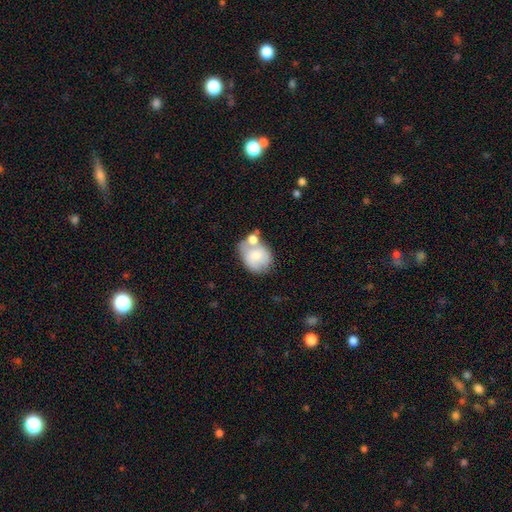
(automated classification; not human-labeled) smooth-or-featured: smooth: 70% | featured or disk: 23% | star or artifact: 7%
  how-rounded: round: 59% | in between: 40% | cigar-shaped: 1%
  merging: merger: 40% | none: 37% | minor disturbance: 17% | major disturbance: 7%